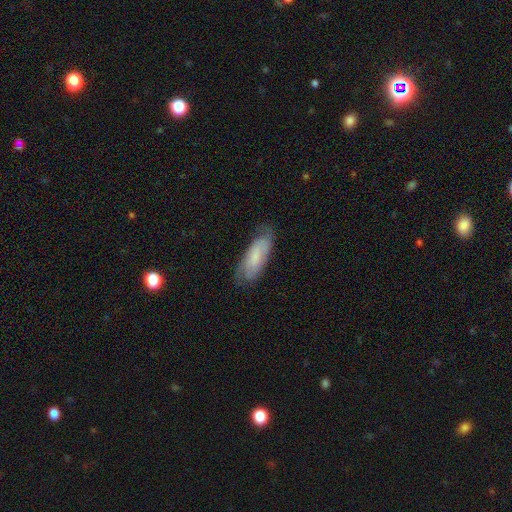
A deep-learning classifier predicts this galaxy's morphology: The model was most divided on "smooth or featured": smooth: 51%, featured or disk: 42%, star or artifact: 8%. More confident: merging — none (68%); how rounded — in between (66%).